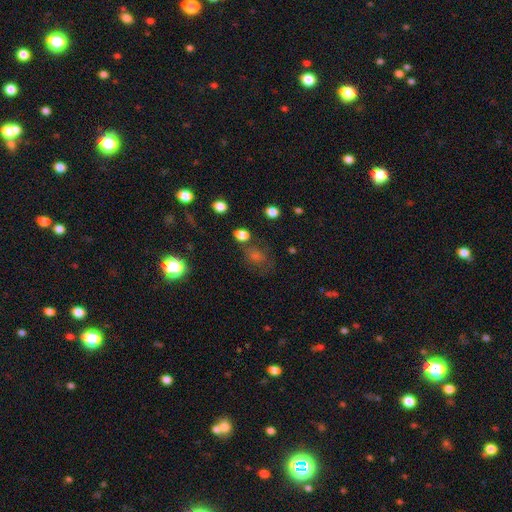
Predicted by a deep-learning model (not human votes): This is possibly a smooth galaxy (49%). Merging: likely none (66%).